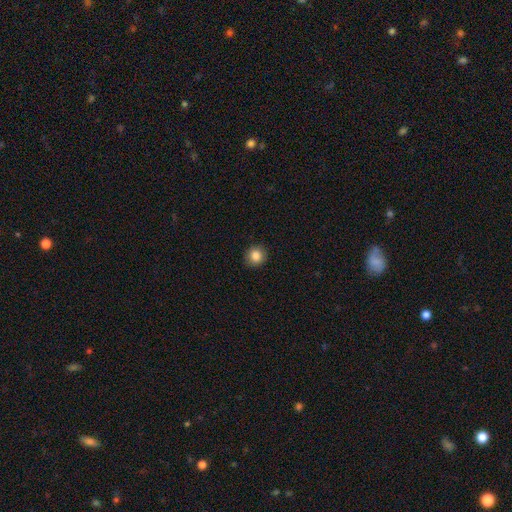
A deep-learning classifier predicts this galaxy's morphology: The model was most divided on "smooth or featured": smooth: 85%, star or artifact: 10%, featured or disk: 5%. More confident: merging — none (90%); how rounded — round (88%).